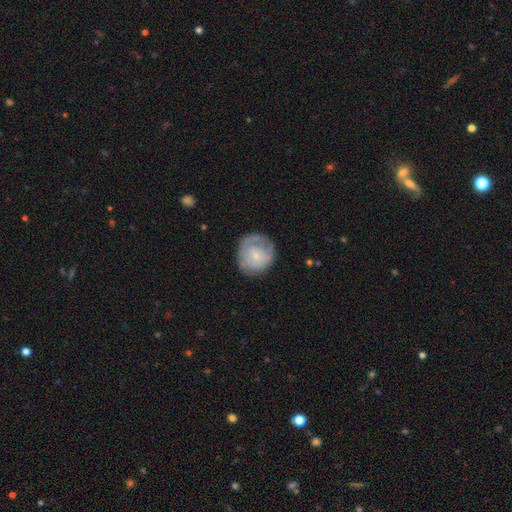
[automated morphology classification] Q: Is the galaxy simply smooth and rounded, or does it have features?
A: smooth — 55%.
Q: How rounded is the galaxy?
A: round — 87%.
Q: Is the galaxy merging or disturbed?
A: none — 69%.